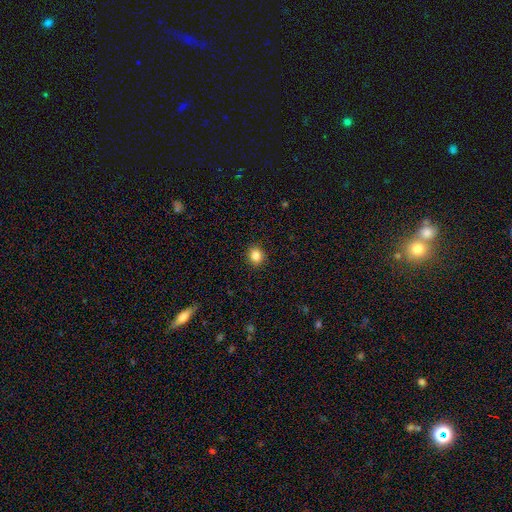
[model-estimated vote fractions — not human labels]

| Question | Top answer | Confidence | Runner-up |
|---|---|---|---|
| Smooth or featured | smooth | 85% | star or artifact (11%) |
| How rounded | round | 76% | in between (23%) |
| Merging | none | 91% | minor disturbance (6%) |